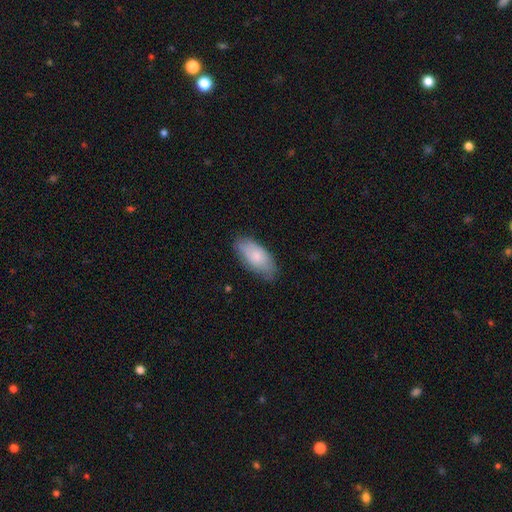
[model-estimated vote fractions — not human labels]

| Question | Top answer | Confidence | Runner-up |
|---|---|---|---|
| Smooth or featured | smooth | 76% | featured or disk (18%) |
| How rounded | in between | 89% | cigar-shaped (9%) |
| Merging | none | 72% | minor disturbance (23%) |